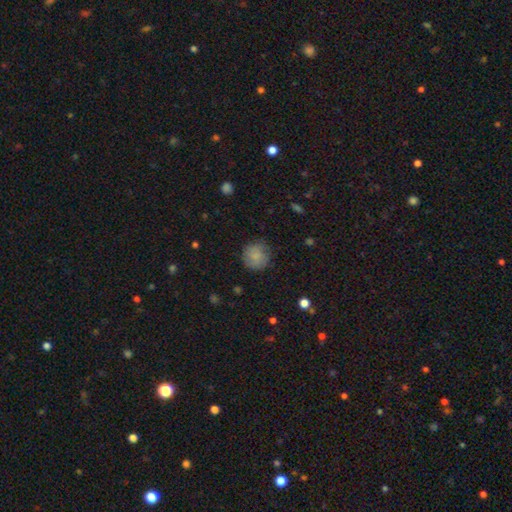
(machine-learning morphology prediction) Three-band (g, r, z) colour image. It shows a smooth galaxy with no disk features (84%) that is round (91%). Merging: none (77%).